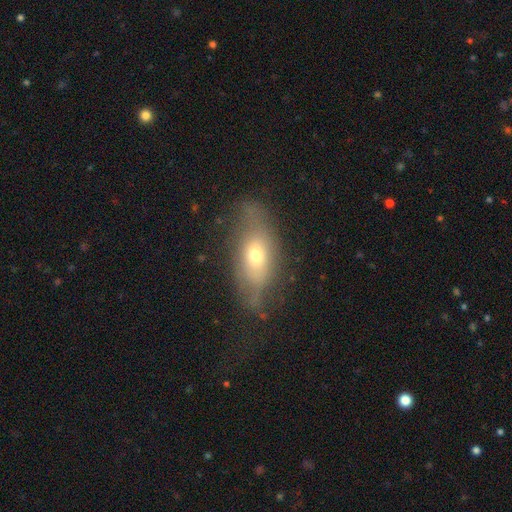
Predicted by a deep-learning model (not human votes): Overall: smooth (55%; featured or disk 34%). How rounded: in between (76%). Merging: none (54%; minor disturbance 28%).